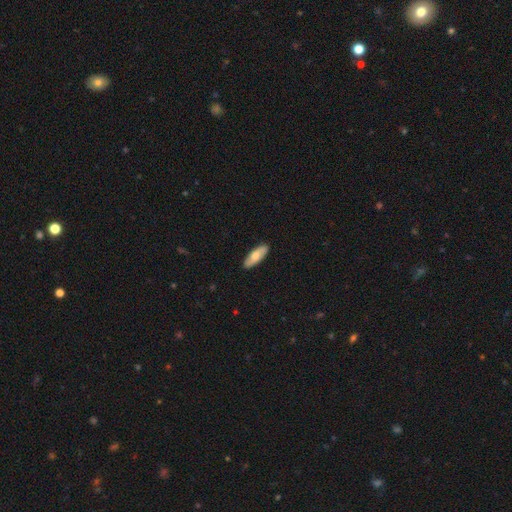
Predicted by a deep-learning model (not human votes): A smooth galaxy with no disk features (66%) that is in between round and cigar-shaped (62%). Merging: none (89%).